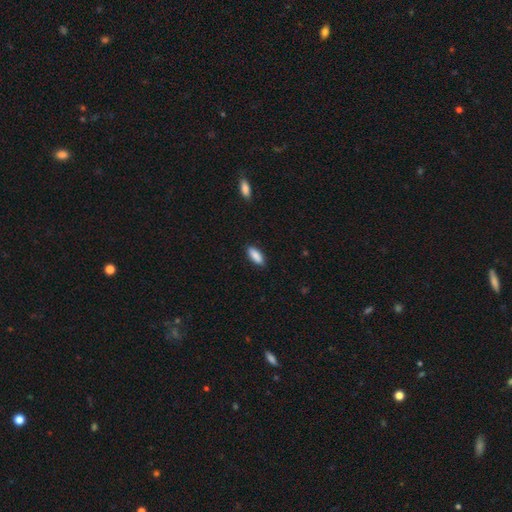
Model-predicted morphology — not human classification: Smooth or featured? Predicted: smooth (p=0.89). How rounded? Predicted: in between (p=0.73). Merging? Predicted: none (p=0.88).